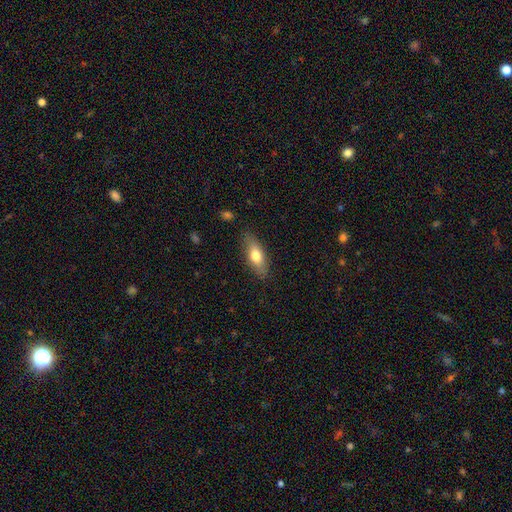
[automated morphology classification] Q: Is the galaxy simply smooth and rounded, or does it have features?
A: smooth — 71%.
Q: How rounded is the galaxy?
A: in between — 73%.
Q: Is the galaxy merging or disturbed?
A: none — 83%.